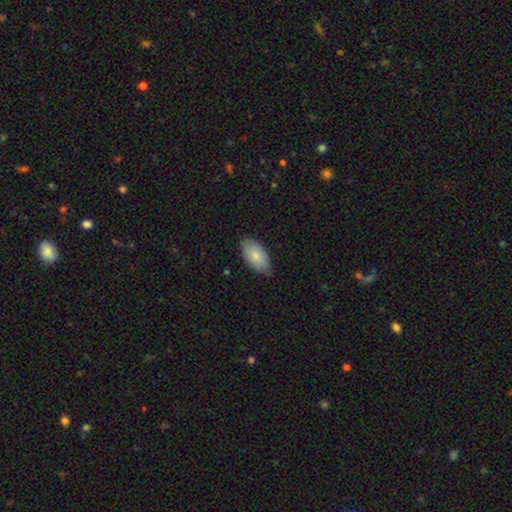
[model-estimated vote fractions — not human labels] smooth 81%, featured or disk 14%, star or artifact 6%. Down the decision tree: how rounded — in between (95%); merging — none (74%).